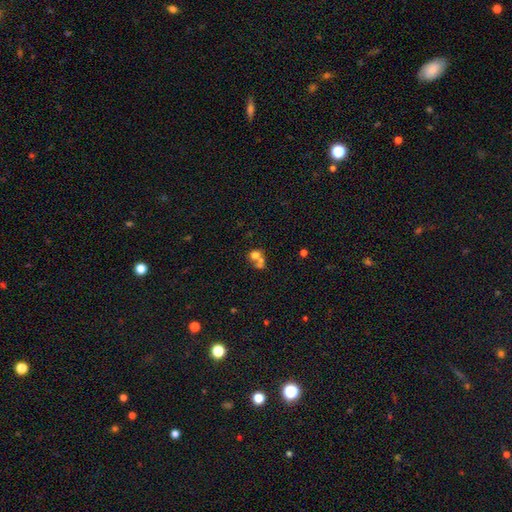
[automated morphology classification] A smooth galaxy with no disk features (65%) that is round (73%). Merging: merger (58%).